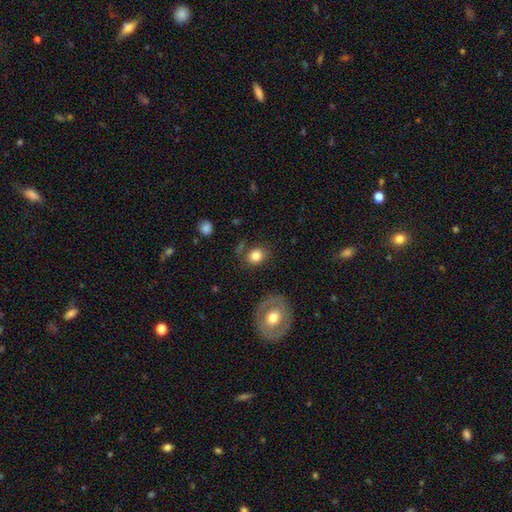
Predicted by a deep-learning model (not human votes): The model was most divided on "how rounded": round: 62%, in between: 37%, cigar-shaped: 1%. More confident: smooth or featured — smooth (81%); merging — none (75%).